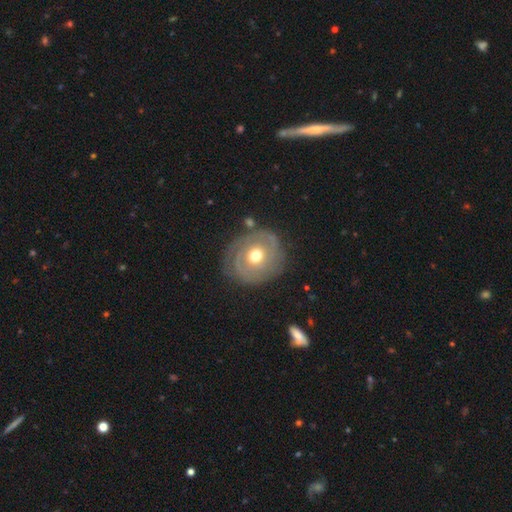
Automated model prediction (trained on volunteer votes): A featured or disk galaxy (72%) with no bar (82%), 2 (40%) tight (71%) spiral arms (76%) and a moderate central bulge (78%). Merging: none (75%).